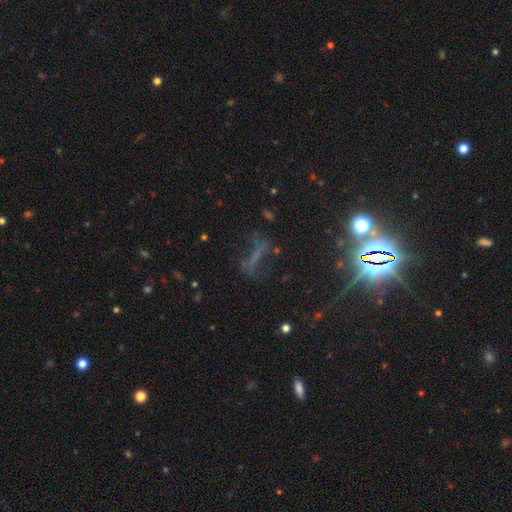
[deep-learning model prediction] Smooth or featured? star or artifact (51%)